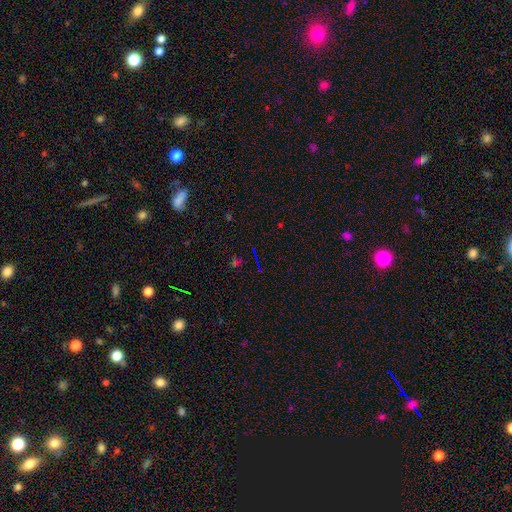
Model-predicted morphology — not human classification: Smooth or featured? star or artifact (70%)